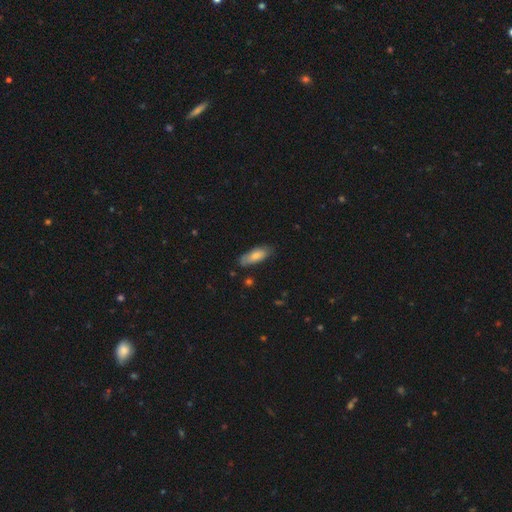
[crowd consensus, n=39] Smooth or featured? 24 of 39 (62%) said smooth. How rounded? 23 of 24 (96%) said in between. Merging? 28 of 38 (74%) said none.